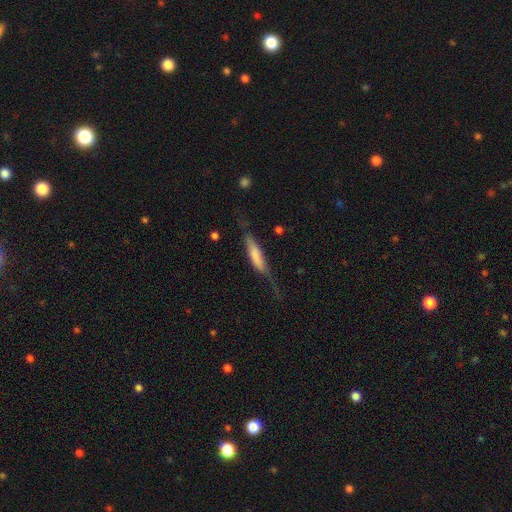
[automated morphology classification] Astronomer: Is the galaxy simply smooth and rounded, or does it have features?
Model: smooth — 58% (runner-up: featured or disk, 36%).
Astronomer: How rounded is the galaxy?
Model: cigar-shaped — 74%.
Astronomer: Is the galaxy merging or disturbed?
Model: none — 38% (runner-up: major disturbance, 29%).